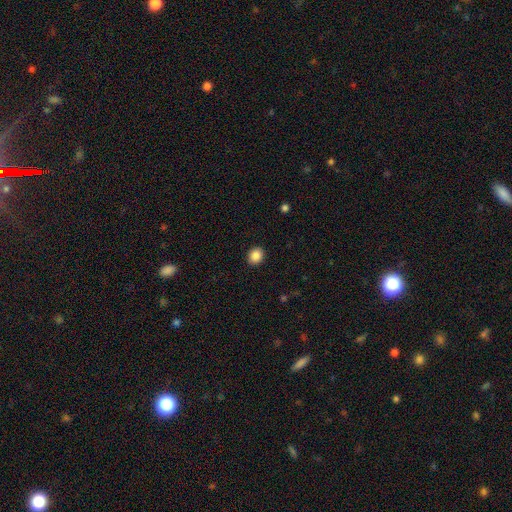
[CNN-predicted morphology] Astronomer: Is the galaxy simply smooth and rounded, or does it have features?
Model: smooth — 87%.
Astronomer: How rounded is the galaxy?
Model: round — 59% (runner-up: in between, 40%).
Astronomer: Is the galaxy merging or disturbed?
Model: none — 92%.